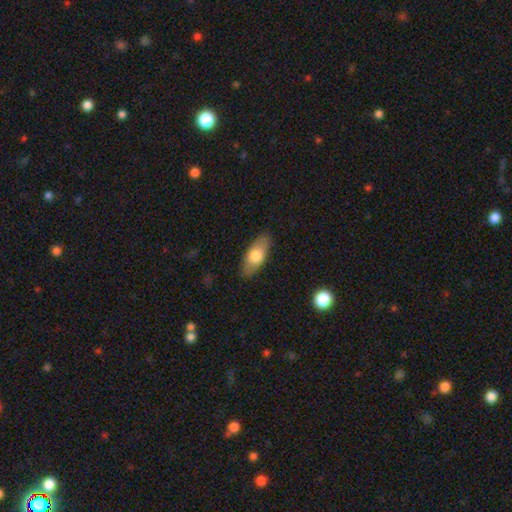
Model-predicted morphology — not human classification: Smooth or featured?
  - smooth: 70% *
  - featured or disk: 24%
  - star or artifact: 6%
How rounded?
  - in between: 80% *
  - cigar-shaped: 17%
  - round: 3%
Merging?
  - none: 86% *
  - minor disturbance: 11%
  - major disturbance: 2%
  - merger: 1%